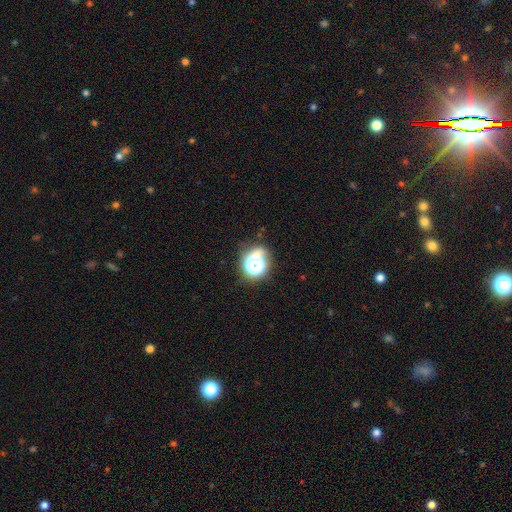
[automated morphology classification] This appears to be a smooth galaxy with no disk features (45%). Merging: none (62%).